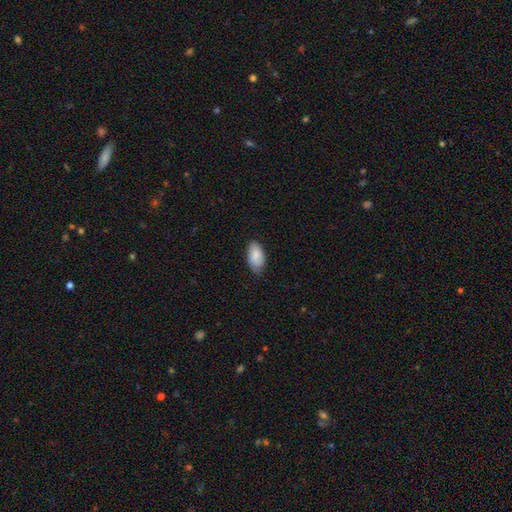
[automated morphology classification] Smooth or featured: smooth — 83% (featured or disk — 11%)
How rounded: in between — 94% (round — 3%)
Merging: none — 73% (minor disturbance — 23%)